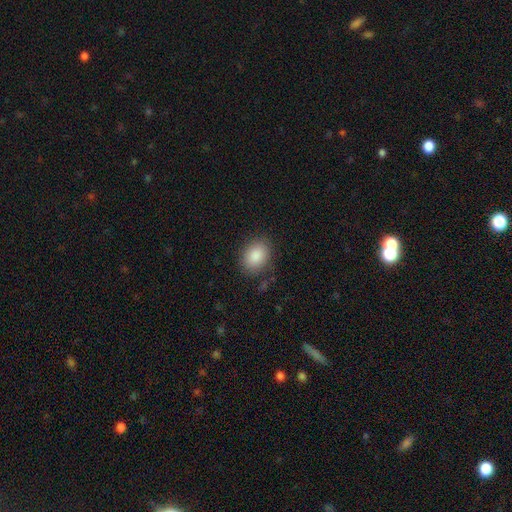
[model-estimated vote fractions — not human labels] smooth_or_featured: smooth (p=0.88) [alt: star or artifact p=0.07]
how_rounded: in between (p=0.65) [alt: round p=0.34]
merging: none (p=0.84) [alt: minor disturbance p=0.11]